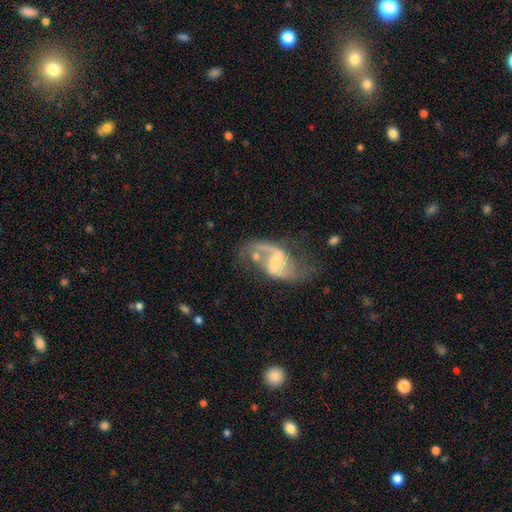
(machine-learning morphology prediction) Smooth or featured? featured or disk (81%)
Edge-on disk? no (96%)
Bar? weak (51%)
Spiral arms? yes (92%)
Spiral winding? loose (54%)
Spiral arm count? 2 (87%)
Bulge size? small (40%)
Merging? none (63%)